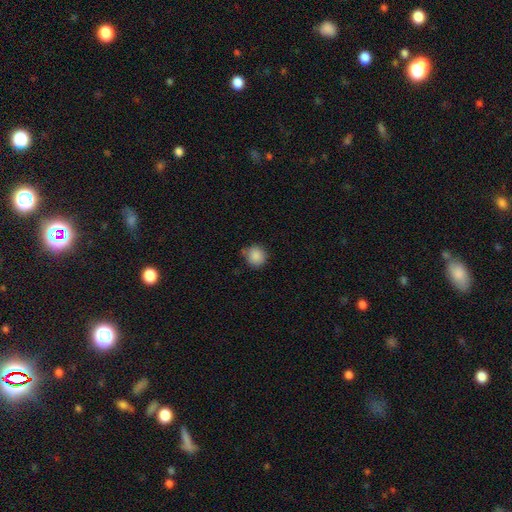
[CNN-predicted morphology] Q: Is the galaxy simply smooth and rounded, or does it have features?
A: smooth — 88%.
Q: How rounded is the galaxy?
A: round — 89%.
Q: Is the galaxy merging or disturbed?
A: none — 75%.